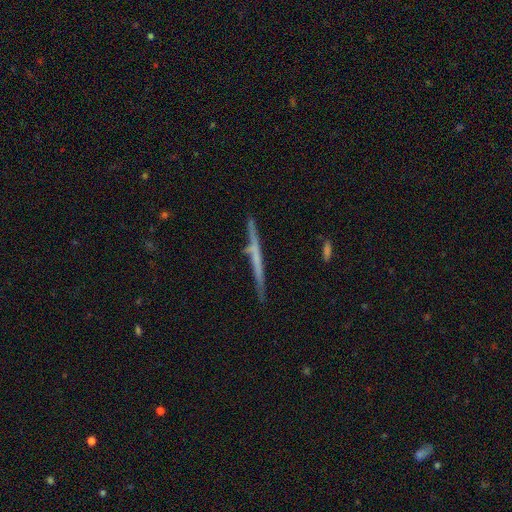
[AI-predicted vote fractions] A featured or disk galaxy (59%) viewed edge-on (96%) with no central bulge (85%). Merging: none (85%).